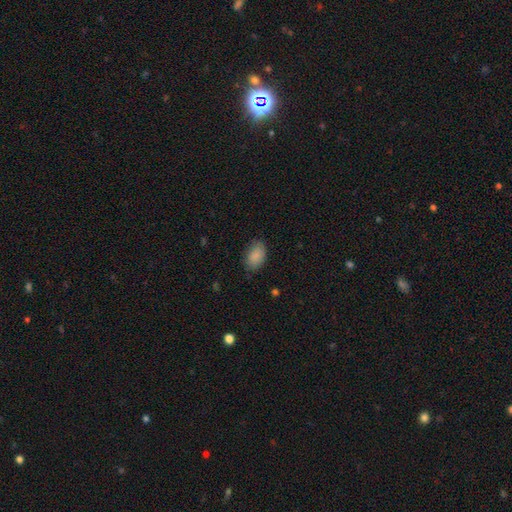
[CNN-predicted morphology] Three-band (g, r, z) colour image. It shows a smooth galaxy with no disk features (88%) that is in between round and cigar-shaped (90%). Merging: none (79%).